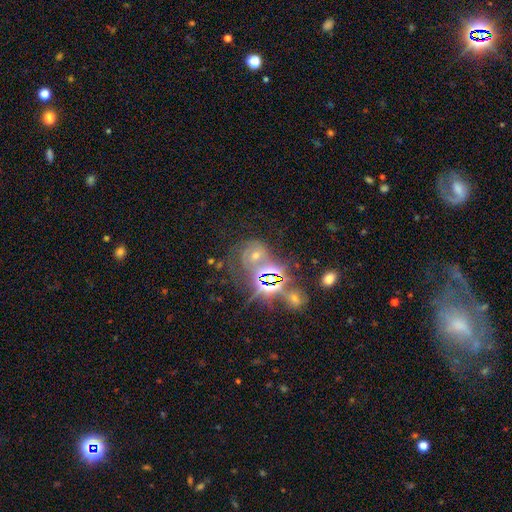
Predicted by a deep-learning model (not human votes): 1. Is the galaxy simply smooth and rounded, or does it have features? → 59% star or artifact, 24% featured or disk, 17% smooth.